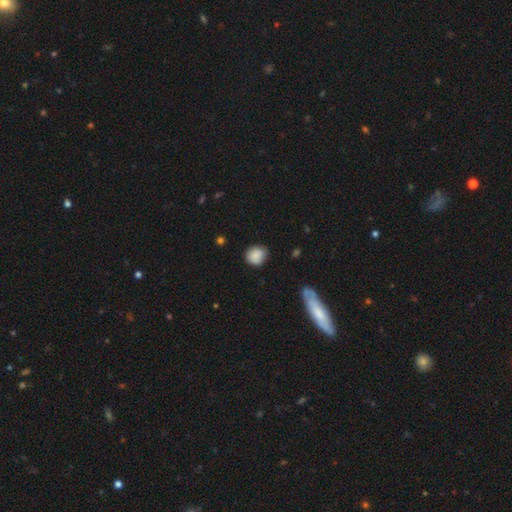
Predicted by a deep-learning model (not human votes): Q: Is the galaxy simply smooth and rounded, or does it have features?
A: smooth — 85%.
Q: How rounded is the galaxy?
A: round — 72%.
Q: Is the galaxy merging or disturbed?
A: none — 69%.